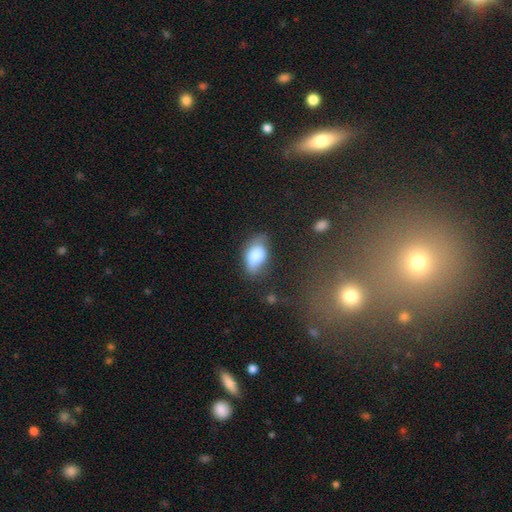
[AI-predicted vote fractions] Morphology: type=smooth (78%); roundness=in between (91%); merging=none (51%).